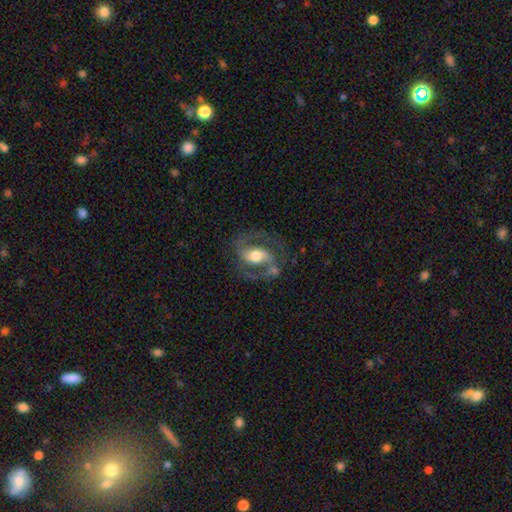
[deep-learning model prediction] The model was most divided on "bar": weak: 41%, strong: 34%, no: 26%. More confident: edge-on disk — no (97%); spiral arms — yes (95%); spiral arm count — 2 (92%); smooth or featured — featured or disk (87%); merging — none (72%); bulge size — moderate (67%); spiral winding — medium (61%).